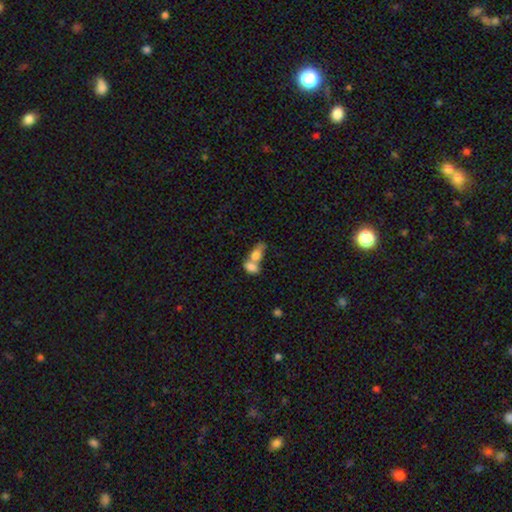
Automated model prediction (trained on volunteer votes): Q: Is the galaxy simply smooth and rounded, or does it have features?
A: smooth — 74%.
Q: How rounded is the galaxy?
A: in between — 82%.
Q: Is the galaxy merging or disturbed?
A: merger — 74%.